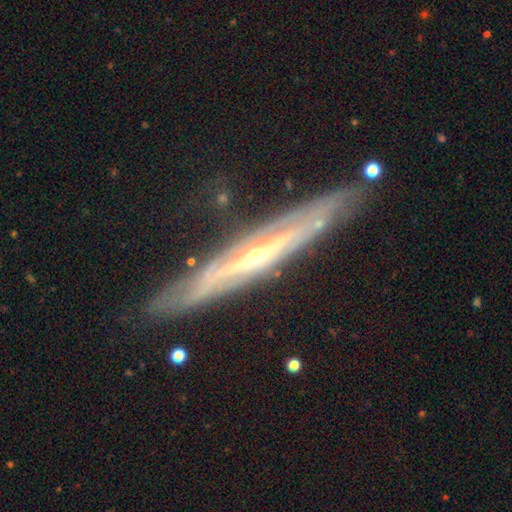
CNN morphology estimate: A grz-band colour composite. It shows a featured or disk galaxy (84%) viewed edge-on (80%) with a rounded central bulge (63%). Merging: none (82%).